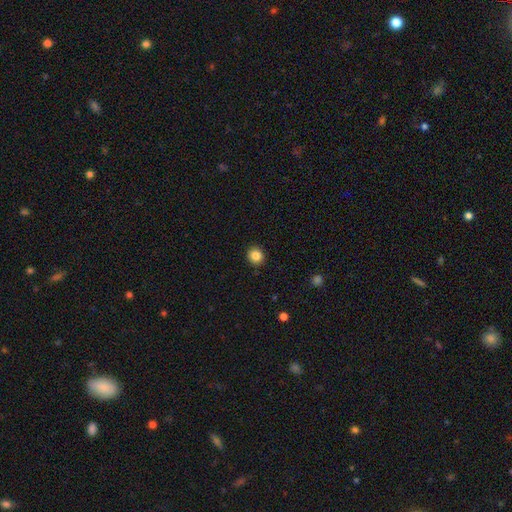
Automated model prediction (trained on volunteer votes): Morphology: type=smooth (85%); roundness=round (89%); merging=none (92%).